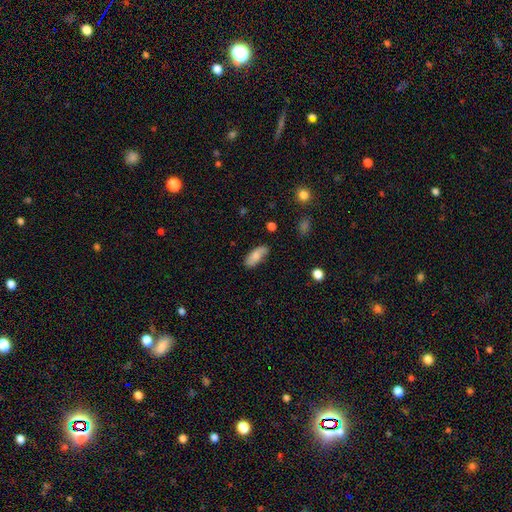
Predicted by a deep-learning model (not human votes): This is likely a smooth galaxy (76%). How rounded: clearly in between (82%). Merging: likely none (70%).